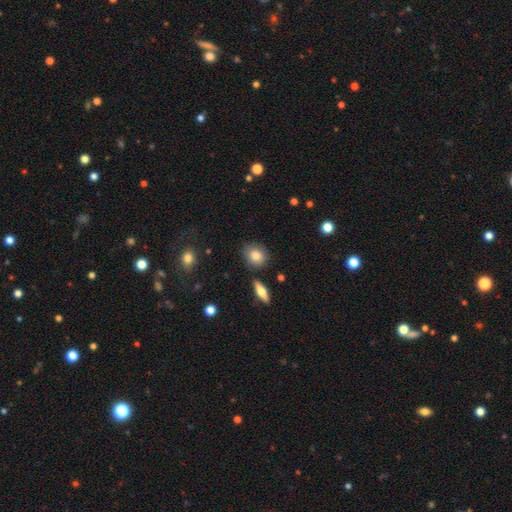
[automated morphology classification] This appears to be a smooth galaxy with no disk features (82%) that is round (61%). Merging: none (81%).